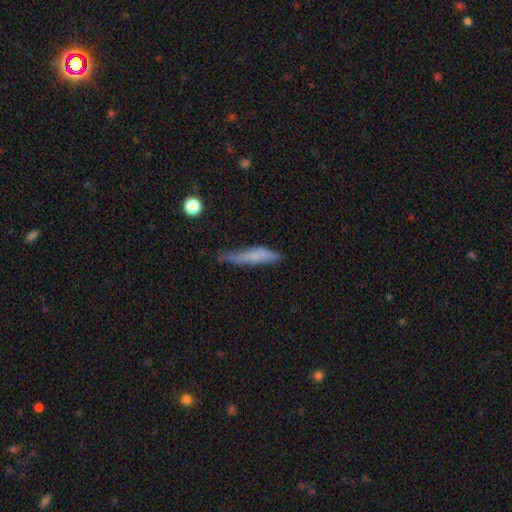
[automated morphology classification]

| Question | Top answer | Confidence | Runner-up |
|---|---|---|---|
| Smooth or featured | smooth | 64% | featured or disk (27%) |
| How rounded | cigar-shaped | 85% | in between (13%) |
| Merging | none | 46% | minor disturbance (36%) |